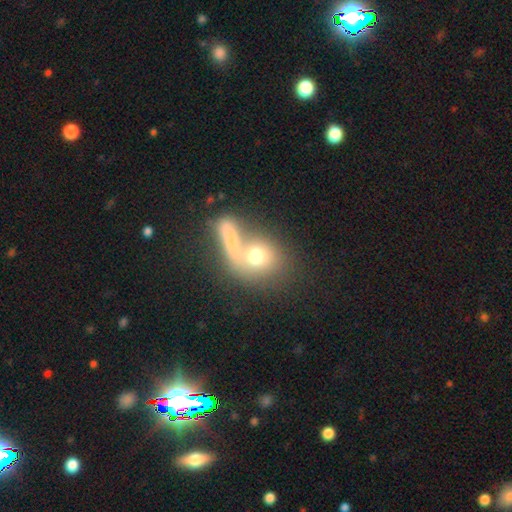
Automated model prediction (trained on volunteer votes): smooth 66%, featured or disk 24%, star or artifact 10%. Down the decision tree: how rounded — round (66%); merging — merger (58%).